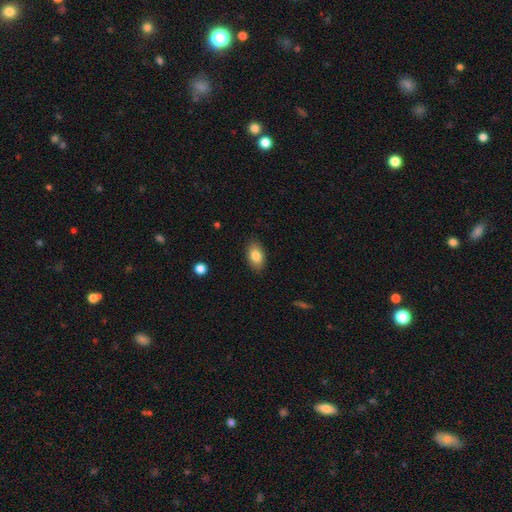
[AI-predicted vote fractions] smooth 83%, featured or disk 9%, star or artifact 7%. Down the decision tree: how rounded — in between (90%); merging — none (87%).